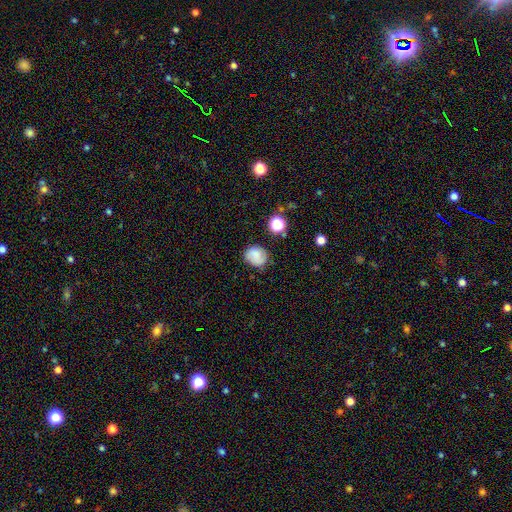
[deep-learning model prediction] smooth-or-featured: smooth: 66% | featured or disk: 22% | star or artifact: 12%
  how-rounded: round: 73% | in between: 26% | cigar-shaped: 1%
  merging: none: 72% | minor disturbance: 20% | major disturbance: 5% | merger: 3%